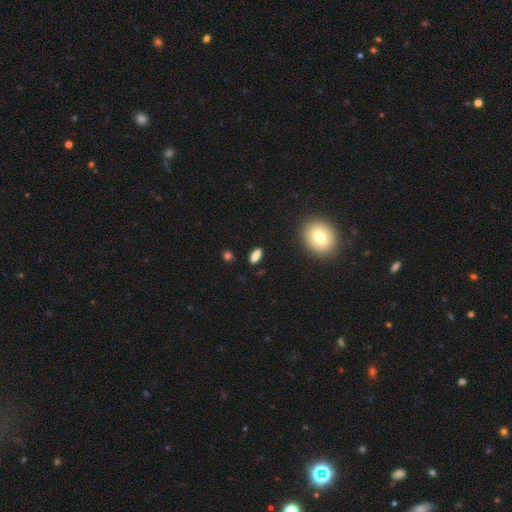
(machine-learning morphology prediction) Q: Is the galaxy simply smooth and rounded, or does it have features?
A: smooth — 83%.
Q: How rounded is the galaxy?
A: in between — 73%.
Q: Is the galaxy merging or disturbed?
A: none — 87%.